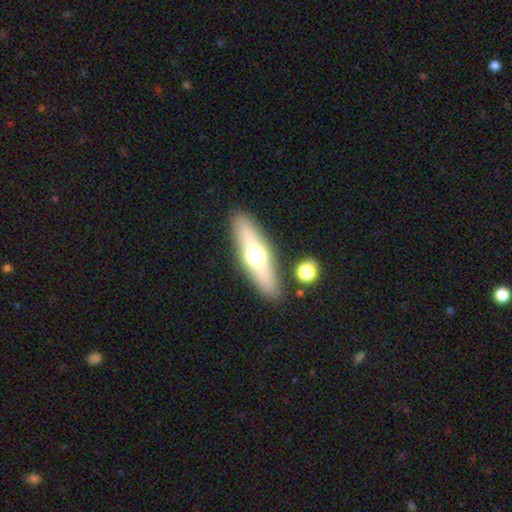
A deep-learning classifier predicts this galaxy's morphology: A featured or disk galaxy (46%). Merging: none (86%).